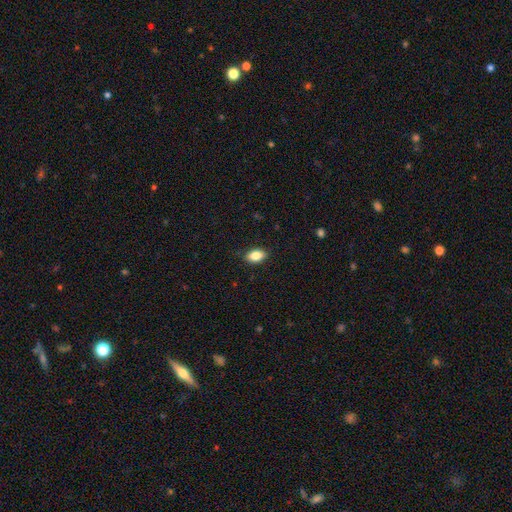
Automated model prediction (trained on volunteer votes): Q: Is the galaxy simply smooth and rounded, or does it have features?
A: smooth — 85%.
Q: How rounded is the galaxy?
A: in between — 90%.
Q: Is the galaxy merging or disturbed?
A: none — 87%.